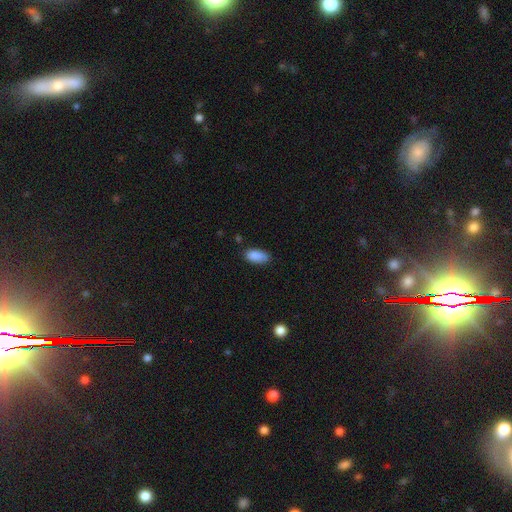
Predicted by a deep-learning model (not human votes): The model was most divided on "merging": none: 79%, minor disturbance: 17%, major disturbance: 3%, merger: 2%. More confident: how rounded — in between (89%); smooth or featured — smooth (89%).